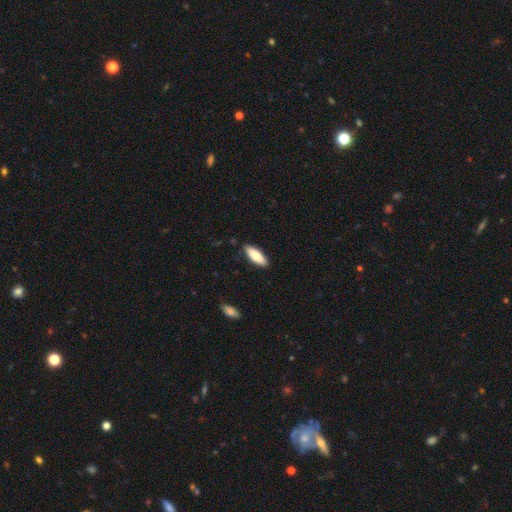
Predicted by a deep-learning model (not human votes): The model was most divided on "how rounded": in between: 63%, cigar-shaped: 35%, round: 2%. More confident: merging — none (86%); smooth or featured — smooth (80%).